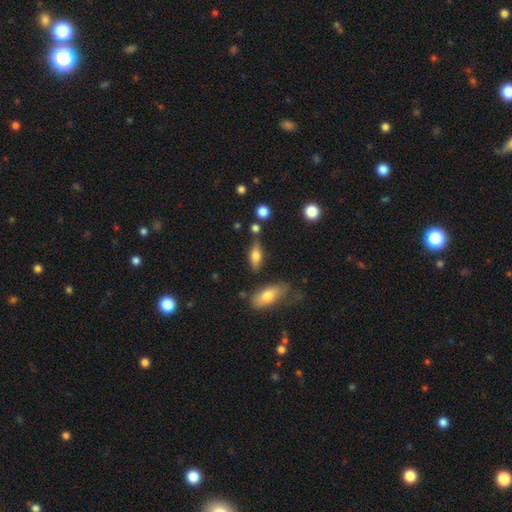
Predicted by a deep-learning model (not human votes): Overall: smooth (63%; featured or disk 28%). How rounded: in between (67%; cigar-shaped 27%). Merging: none (65%).